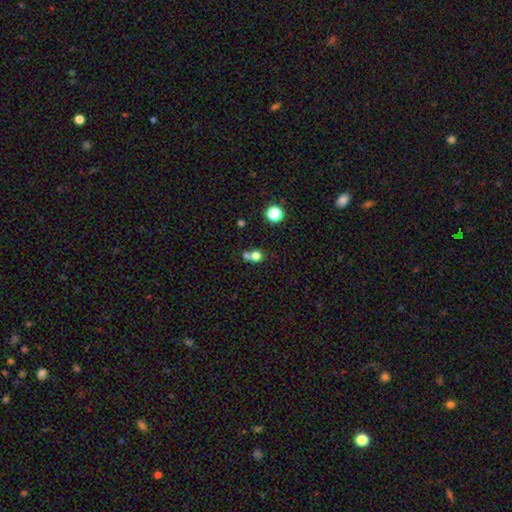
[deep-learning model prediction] smooth_or_featured: smooth (p=0.76) [alt: star or artifact p=0.15]
how_rounded: round (p=0.83) [alt: in between p=0.16]
merging: none (p=0.46) [alt: merger p=0.44]